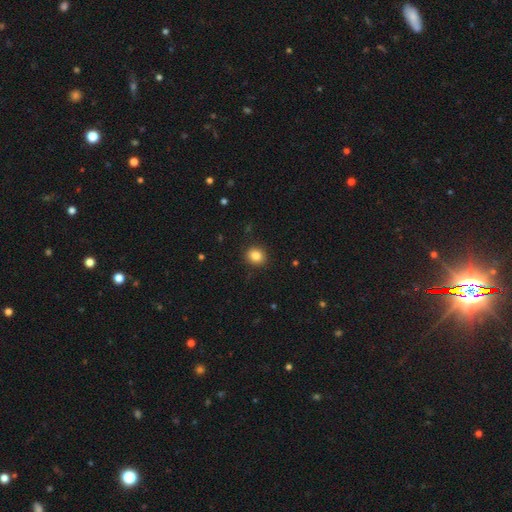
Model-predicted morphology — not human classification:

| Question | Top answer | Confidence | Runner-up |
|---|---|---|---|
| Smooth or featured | smooth | 85% | star or artifact (10%) |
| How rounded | round | 75% | in between (24%) |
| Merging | none | 90% | minor disturbance (7%) |